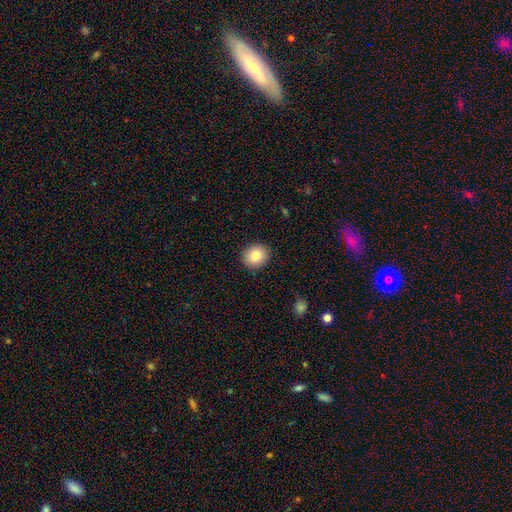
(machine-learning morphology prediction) smooth_or_featured: smooth (p=0.80) [alt: featured or disk p=0.11]
how_rounded: round (p=0.79) [alt: in between p=0.20]
merging: none (p=0.91) [alt: minor disturbance p=0.06]